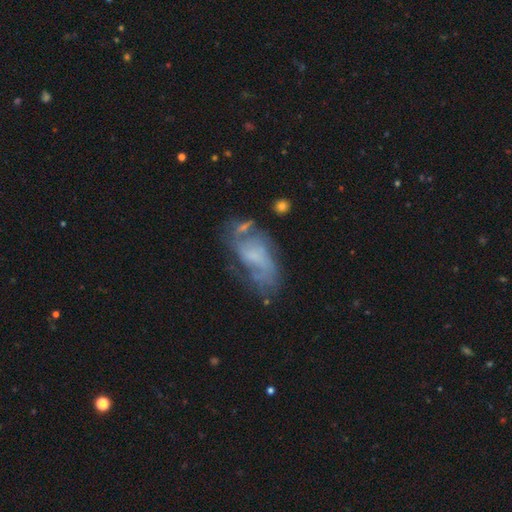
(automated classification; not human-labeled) Morphology: type=featured or disk (64%); edge-on=no (94%); bar=no (60%); spiral arms=yes (69%); bulge=none (42%); merging=none (46%).